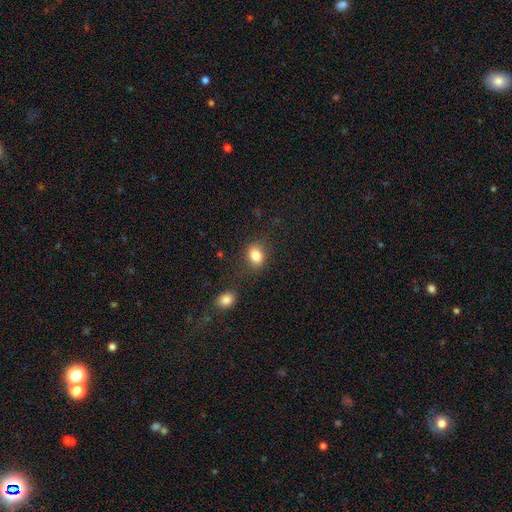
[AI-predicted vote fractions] This appears to be a smooth galaxy with no disk features (83%) that is in between round and cigar-shaped (58%). Merging: none (79%).